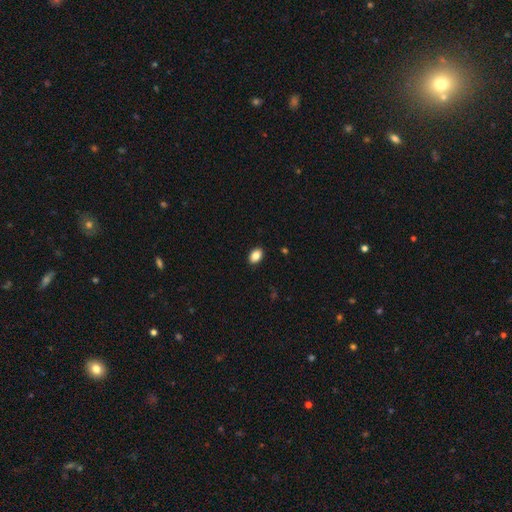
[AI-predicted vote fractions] Overall: smooth (86%). How rounded: in between (79%). Merging: none (90%).